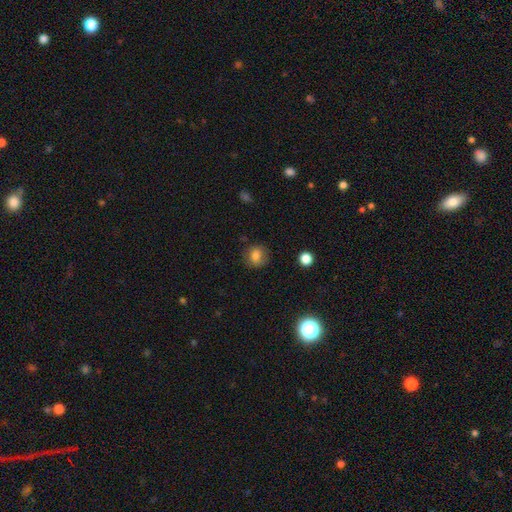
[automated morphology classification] smooth 80%, star or artifact 11%, featured or disk 9%. Down the decision tree: how rounded — round (80%); merging — none (81%).